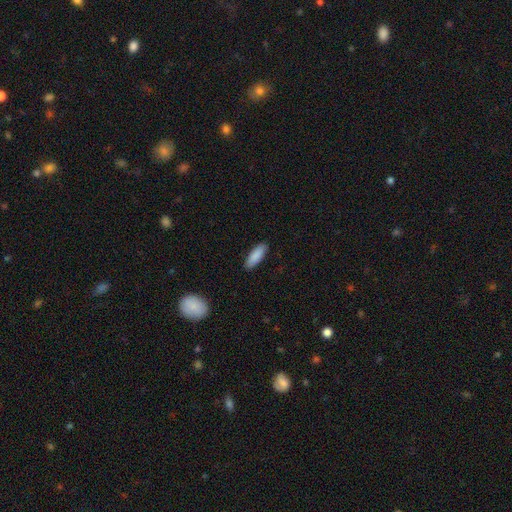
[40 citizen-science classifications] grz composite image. It shows a smooth galaxy with no disk features (90%) that is in between round and cigar-shaped (67%). Merging: none (92%).